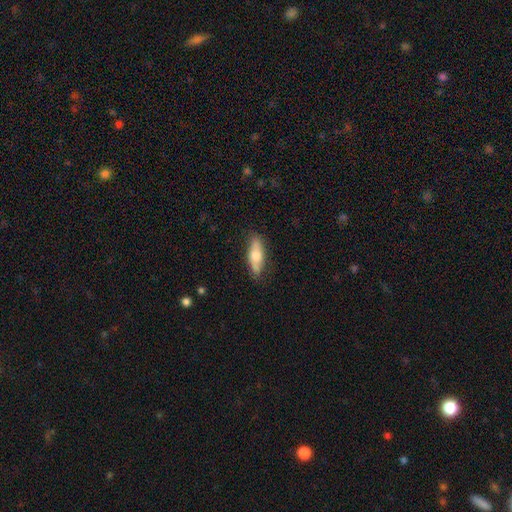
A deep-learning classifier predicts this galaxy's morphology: A smooth galaxy with no disk features (64%) that is in between round and cigar-shaped (61%).

Vote fractions:
- Smooth or featured? smooth: 64% / featured or disk: 30% / star or artifact: 6%
- How rounded? in between: 61% / cigar-shaped: 36% / round: 3%
- Merging? none: 84% / minor disturbance: 12% / major disturbance: 2% / merger: 1%